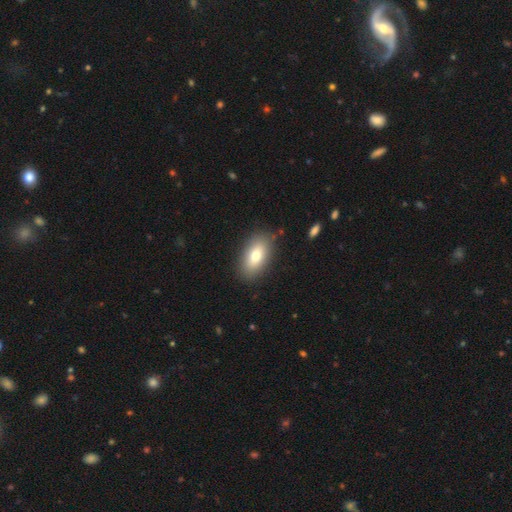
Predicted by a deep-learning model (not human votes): A smooth galaxy with no disk features (76%) that is in between round and cigar-shaped (91%). Merging: none (85%).